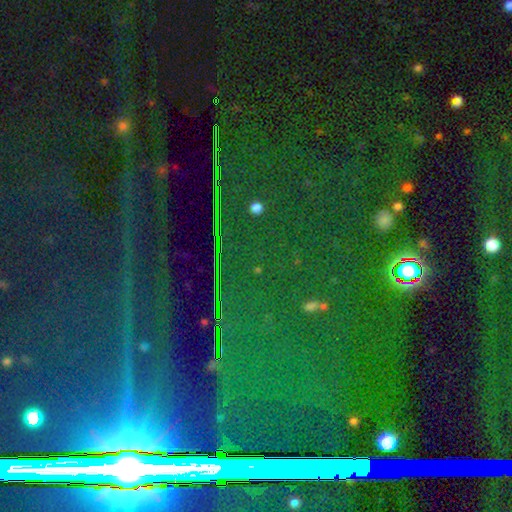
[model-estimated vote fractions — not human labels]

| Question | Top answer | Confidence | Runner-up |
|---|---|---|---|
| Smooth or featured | star or artifact | 88% | featured or disk (6%) |